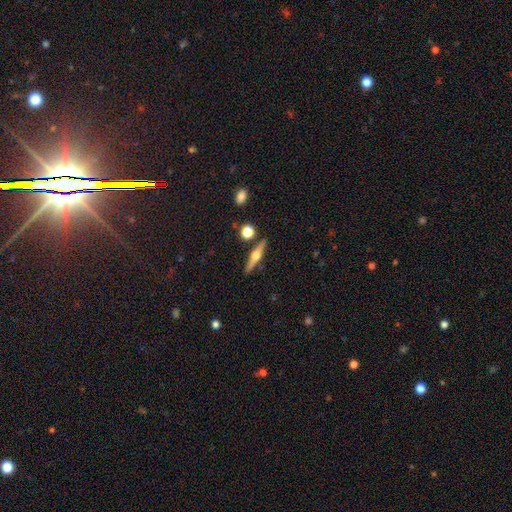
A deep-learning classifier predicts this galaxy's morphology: A featured or disk galaxy (68%) viewed edge-on (97%) with a rounded central bulge (95%).

Vote fractions:
- Smooth or featured? featured or disk: 68% / smooth: 26% / star or artifact: 6%
- Edge-on disk? yes: 97% / no: 3%
- Edge-on bulge? rounded: 95% / boxy: 3% / none: 2%
- Merging? none: 88% / minor disturbance: 7% / merger: 4% / major disturbance: 2%